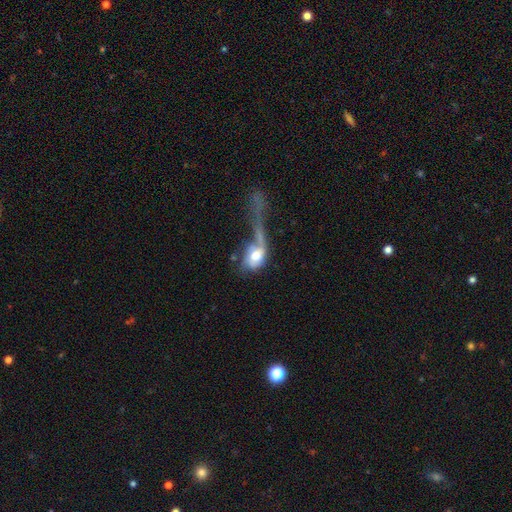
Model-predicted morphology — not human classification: Smooth or featured?
  - smooth: 54% *
  - featured or disk: 38%
  - star or artifact: 8%
How rounded?
  - in between: 67% *
  - round: 29%
  - cigar-shaped: 4%
Merging?
  - major disturbance: 52% *
  - merger: 25%
  - none: 13%
  - minor disturbance: 11%